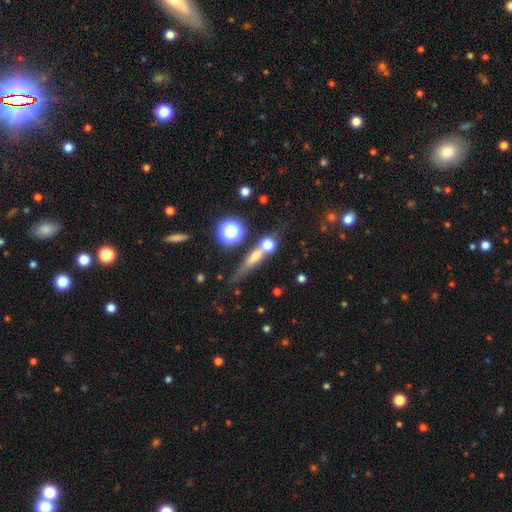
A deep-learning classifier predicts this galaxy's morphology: Smooth or featured? Predicted: smooth (p=0.46). Merging? Predicted: none (p=0.56).